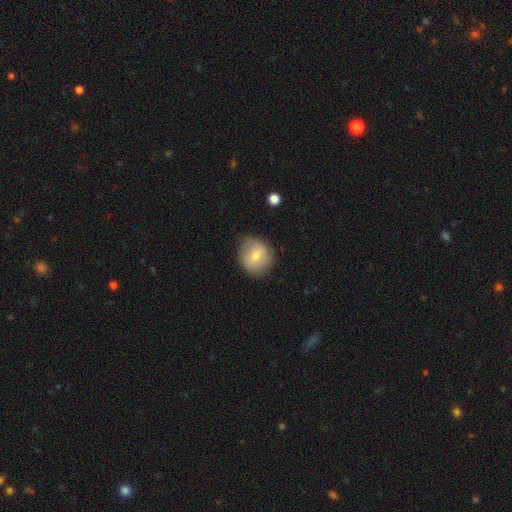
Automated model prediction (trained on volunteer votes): Morphology: type=smooth (67%); roundness=round (82%); merging=none (72%).